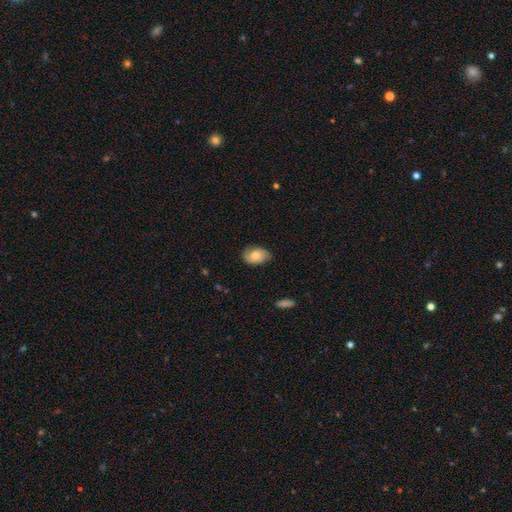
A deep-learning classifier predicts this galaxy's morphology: Smooth or featured: smooth — 59% (featured or disk — 33%)
How rounded: in between — 84% (round — 15%)
Merging: none — 73% (minor disturbance — 22%)